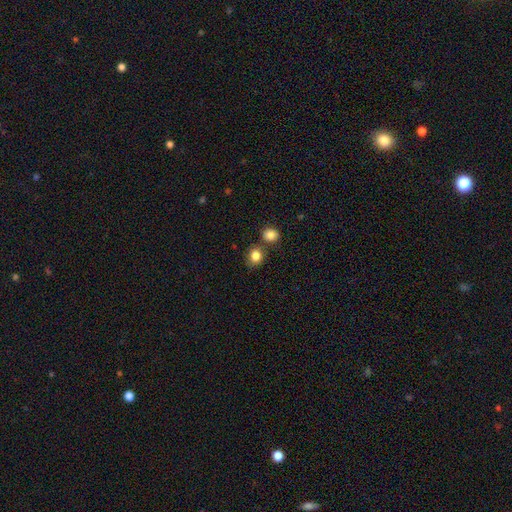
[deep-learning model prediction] Morphology: type=smooth (84%); roundness=round (68%); merging=none (69%).